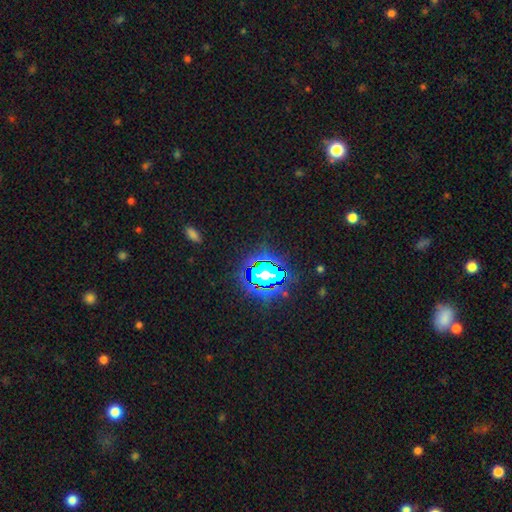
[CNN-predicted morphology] A star or artifact, not a galaxy (83%).